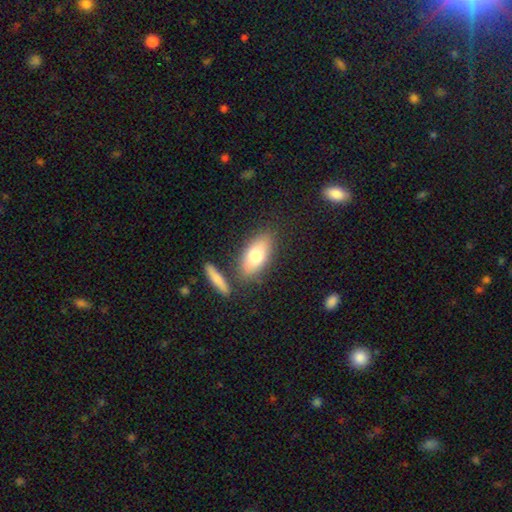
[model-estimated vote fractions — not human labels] The model was most divided on "smooth or featured": smooth: 72%, featured or disk: 21%, star or artifact: 7%. More confident: how rounded — in between (83%); merging — none (74%).